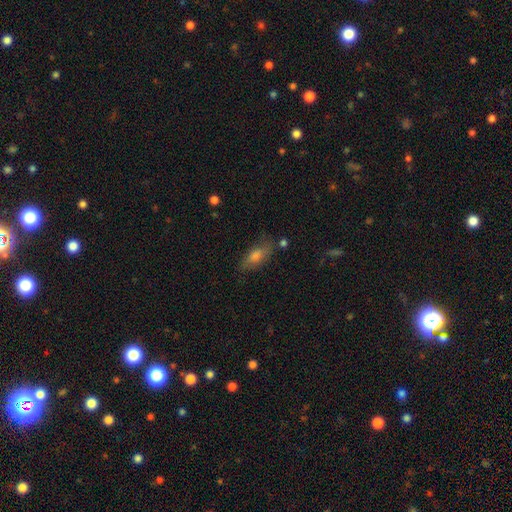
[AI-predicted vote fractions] Q: Smooth or featured?
A: smooth (63%); runner-up: featured or disk (25%)
Q: How rounded?
A: in between (69%); runner-up: cigar-shaped (26%)
Q: Merging?
A: none (74%); runner-up: minor disturbance (17%)